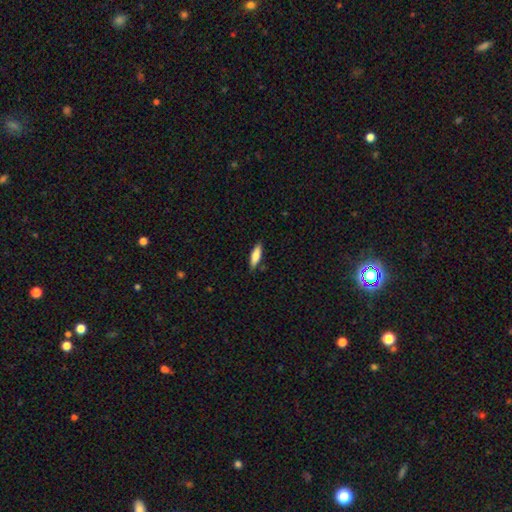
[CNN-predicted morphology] Smooth or featured? Predicted: smooth (p=0.79). How rounded? Predicted: cigar-shaped (p=0.55). Merging? Predicted: none (p=0.84).